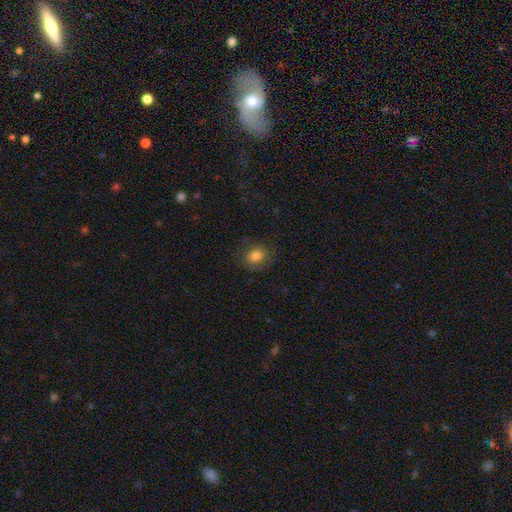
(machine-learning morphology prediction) Smooth or featured?
  - smooth: 81% *
  - star or artifact: 11%
  - featured or disk: 8%
How rounded?
  - round: 61% *
  - in between: 38%
  - cigar-shaped: 1%
Merging?
  - none: 82% *
  - minor disturbance: 12%
  - major disturbance: 5%
  - merger: 1%